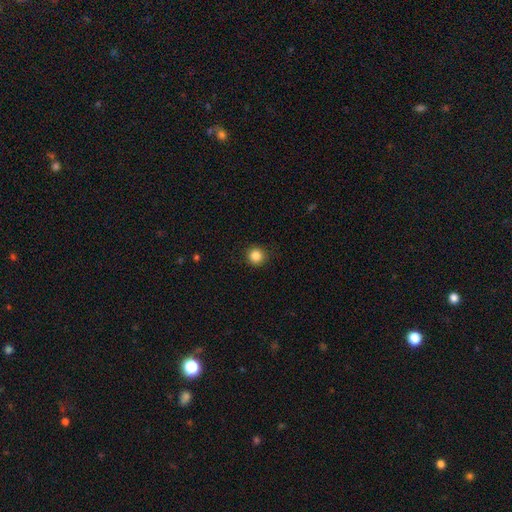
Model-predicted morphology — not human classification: A smooth galaxy with no disk features (86%) that is round (93%). Merging: none (89%).